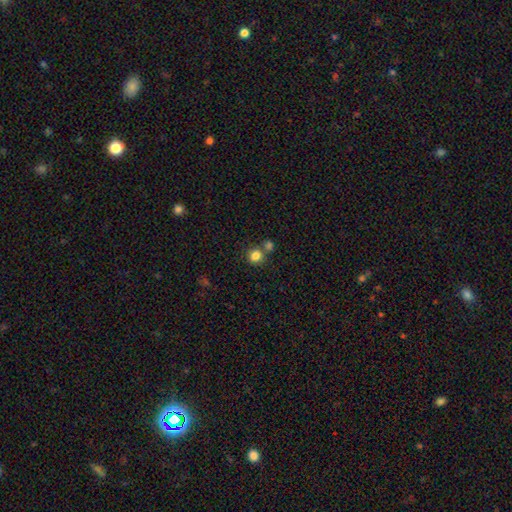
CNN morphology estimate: A smooth galaxy with no disk features (83%) that is round (87%).

Vote fractions:
- Smooth or featured? smooth: 83% / star or artifact: 12% / featured or disk: 6%
- How rounded? round: 87% / in between: 12% / cigar-shaped: 1%
- Merging? none: 64% / merger: 25% / minor disturbance: 8% / major disturbance: 3%